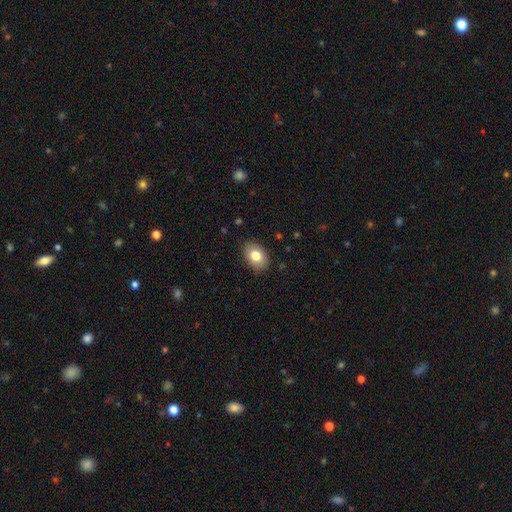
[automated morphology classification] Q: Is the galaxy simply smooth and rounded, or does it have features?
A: smooth — 81%.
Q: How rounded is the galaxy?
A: in between — 80%.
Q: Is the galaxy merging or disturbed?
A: none — 86%.